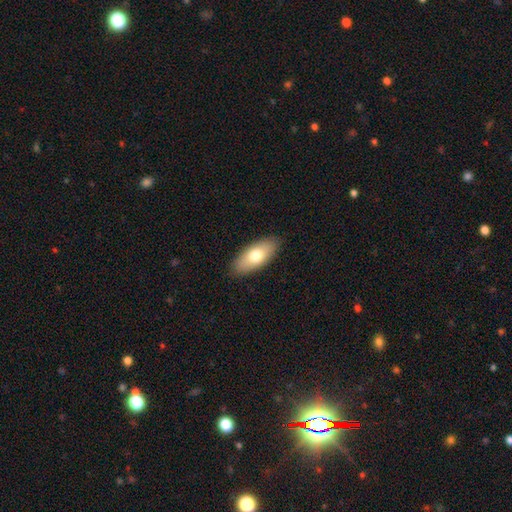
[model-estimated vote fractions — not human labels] A smooth galaxy with no disk features (73%) that is in between round and cigar-shaped (87%).

Vote fractions:
- Smooth or featured? smooth: 73% / featured or disk: 21% / star or artifact: 6%
- How rounded? in between: 87% / cigar-shaped: 11% / round: 3%
- Merging? none: 88% / minor disturbance: 9% / major disturbance: 2% / merger: 1%